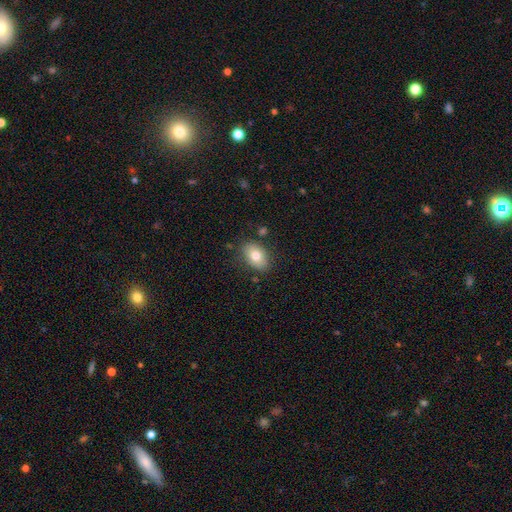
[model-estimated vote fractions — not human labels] smooth 77%, featured or disk 15%, star or artifact 8%. Down the decision tree: how rounded — in between (88%); merging — none (82%).